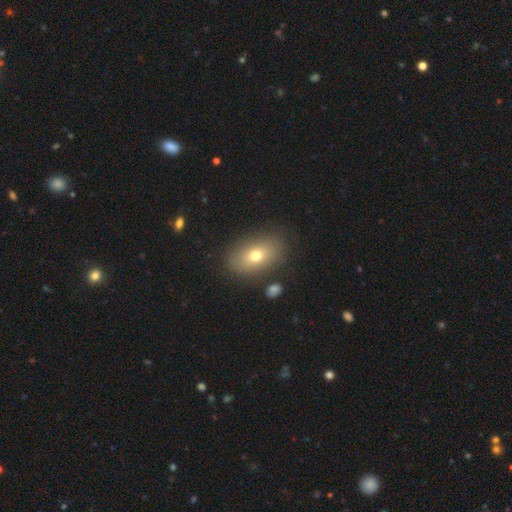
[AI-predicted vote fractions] smooth 70%, featured or disk 19%, star or artifact 11%. Down the decision tree: how rounded — in between (84%); merging — none (83%).